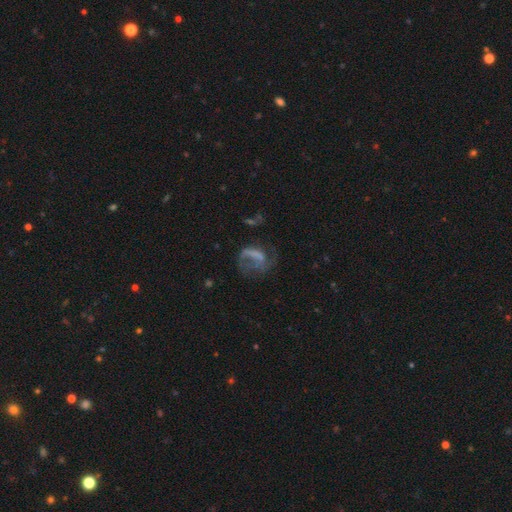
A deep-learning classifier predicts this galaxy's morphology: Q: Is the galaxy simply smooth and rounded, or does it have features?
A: featured or disk — 50%.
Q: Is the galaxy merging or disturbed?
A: major disturbance — 50%.